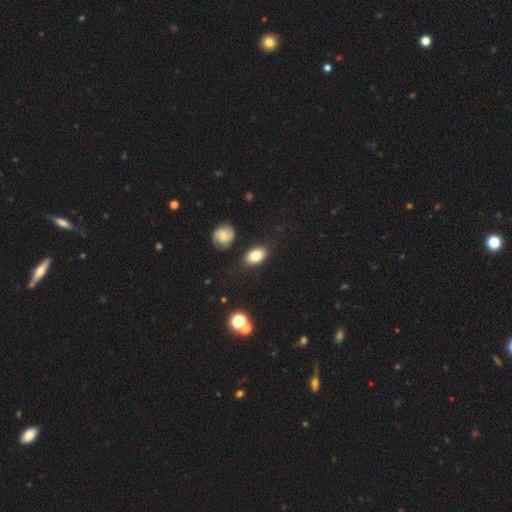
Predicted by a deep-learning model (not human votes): This is likely a smooth galaxy (79%). How rounded: clearly in between (88%). Merging: clearly none (83%).